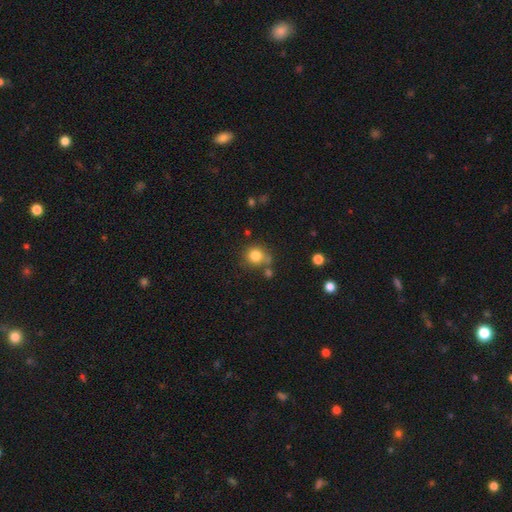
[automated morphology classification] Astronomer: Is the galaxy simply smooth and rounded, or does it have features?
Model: smooth — 82%.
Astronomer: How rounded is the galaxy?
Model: round — 87%.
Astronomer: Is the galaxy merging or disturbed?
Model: none — 65%.